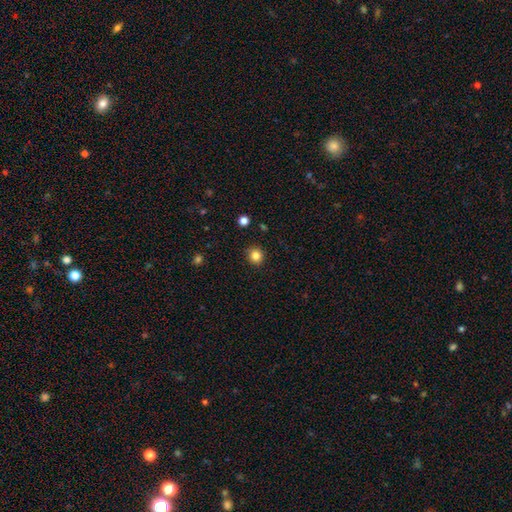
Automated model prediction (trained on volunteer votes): Smooth or featured? smooth (83%)
How rounded? round (90%)
Merging? none (90%)